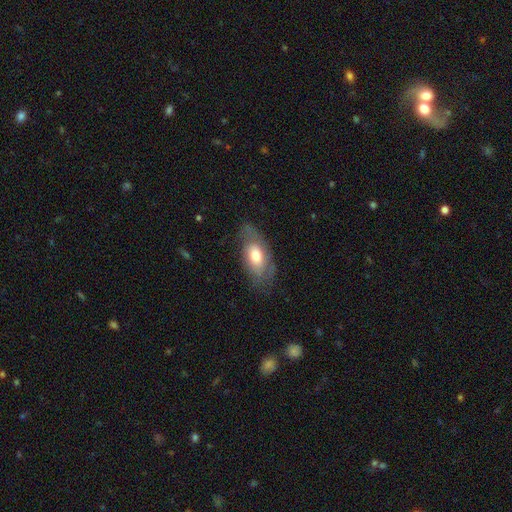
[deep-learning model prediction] Smooth or featured? smooth (58%)
How rounded? in between (90%)
Merging? none (63%)